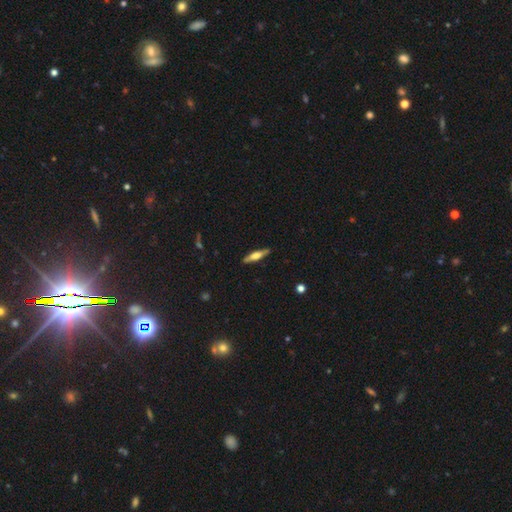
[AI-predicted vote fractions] Smooth or featured: featured or disk — 48% (smooth — 46%)
Merging: none — 88% (minor disturbance — 9%)